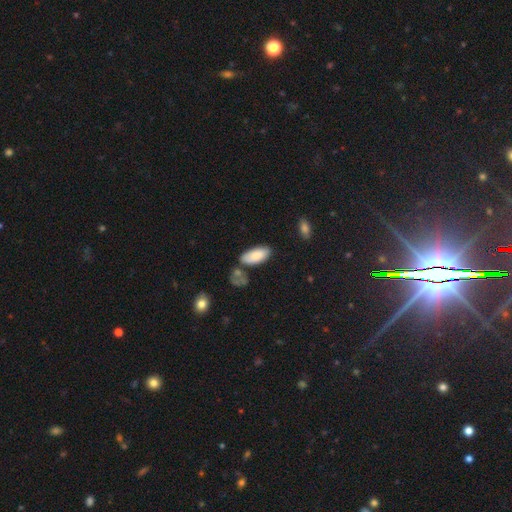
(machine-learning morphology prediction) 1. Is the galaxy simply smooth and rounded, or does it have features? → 85% smooth, 9% featured or disk, 6% star or artifact.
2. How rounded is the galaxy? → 89% in between, 9% cigar-shaped, 2% round.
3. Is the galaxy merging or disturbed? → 64% none, 19% minor disturbance, 11% merger, 5% major disturbance.